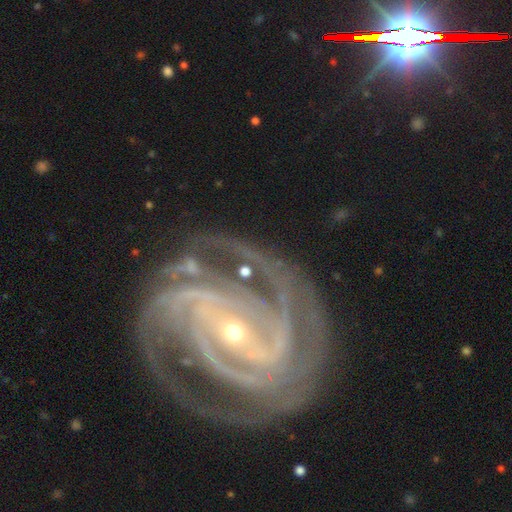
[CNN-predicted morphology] A featured or disk galaxy (92%) with a strong bar (43%), 3 (30%) tight (68%) spiral arms (99%) and a small central bulge (67%).

Vote fractions:
- Smooth or featured? featured or disk: 92% / star or artifact: 5% / smooth: 3%
- Edge-on disk? no: 98% / yes: 2%
- Bar? strong: 43% / weak: 32% / no: 24%
- Spiral arms? yes: 99% / no: 1%
- Spiral winding? tight: 68% / medium: 28% / loose: 4%
- Spiral arm count? 3: 30% / 4: 22% / 2: 21% / can't tell: 11% / more than 4: 9% / 1: 7%
- Bulge size? small: 67% / moderate: 30% / large: 2% / none: 1% / dominant: 1%
- Merging? none: 74% / minor disturbance: 16% / major disturbance: 8% / merger: 2%